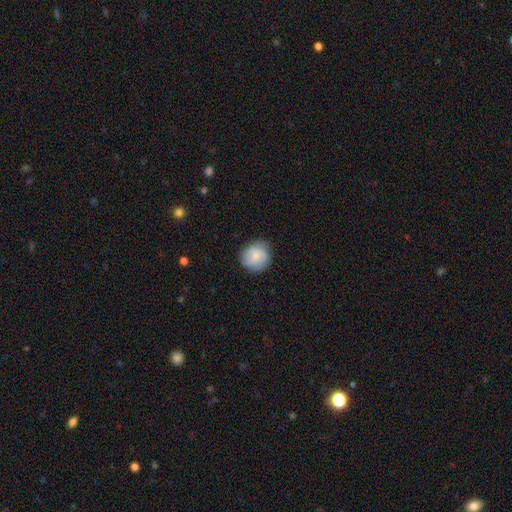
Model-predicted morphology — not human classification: smooth-or-featured: smooth: 69% | featured or disk: 24% | star or artifact: 7%
  how-rounded: round: 87% | in between: 12% | cigar-shaped: 1%
  merging: none: 78% | minor disturbance: 17% | major disturbance: 4% | merger: 1%